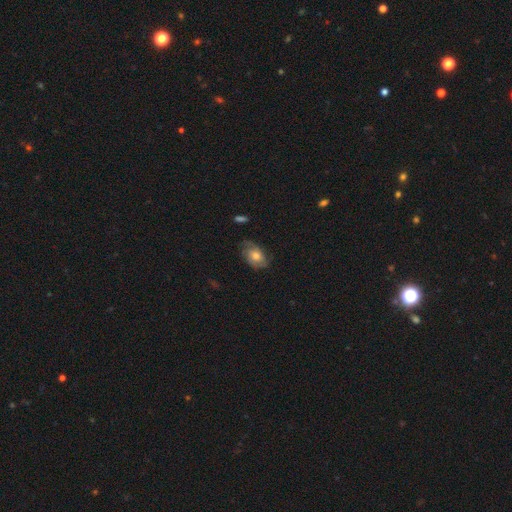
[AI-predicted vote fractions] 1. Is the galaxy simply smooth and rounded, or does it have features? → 50% featured or disk, 42% smooth, 8% star or artifact.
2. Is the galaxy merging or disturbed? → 67% none, 24% minor disturbance, 8% major disturbance, 1% merger.